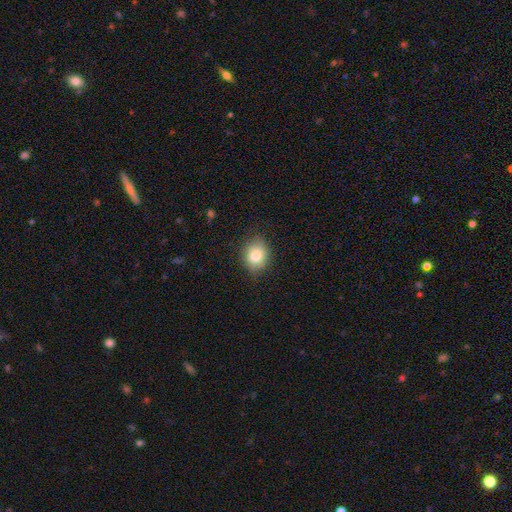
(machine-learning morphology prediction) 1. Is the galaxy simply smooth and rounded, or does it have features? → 82% smooth, 10% featured or disk, 9% star or artifact.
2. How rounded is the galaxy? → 55% in between, 44% round, 1% cigar-shaped.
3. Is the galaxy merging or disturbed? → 81% none, 15% minor disturbance, 3% major disturbance, 1% merger.